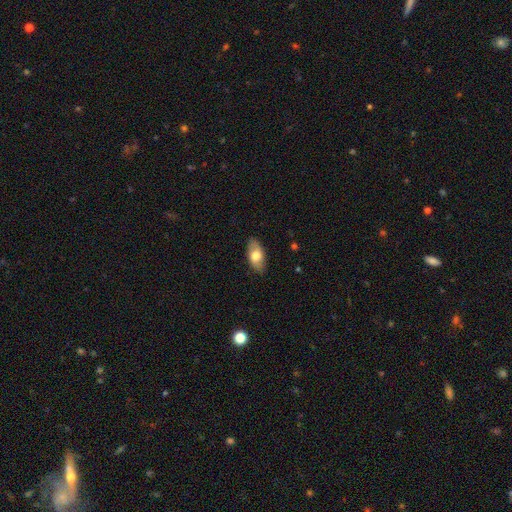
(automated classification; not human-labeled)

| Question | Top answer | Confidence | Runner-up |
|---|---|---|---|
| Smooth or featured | smooth | 69% | featured or disk (25%) |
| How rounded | in between | 91% | cigar-shaped (5%) |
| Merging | none | 85% | minor disturbance (12%) |